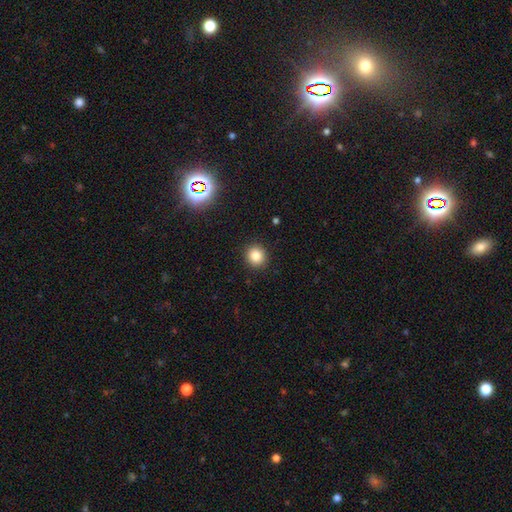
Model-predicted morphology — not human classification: Overall: smooth (83%). How rounded: round (86%). Merging: none (91%).